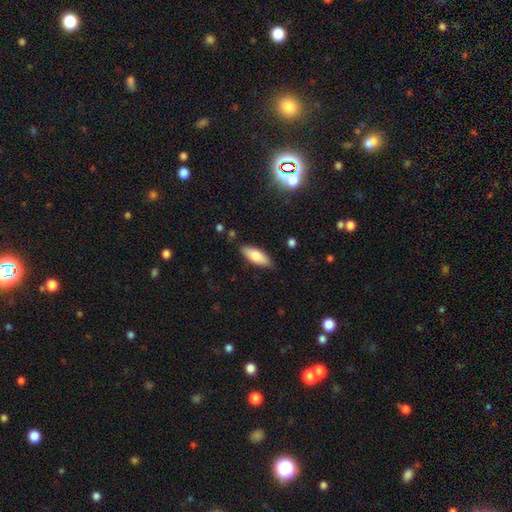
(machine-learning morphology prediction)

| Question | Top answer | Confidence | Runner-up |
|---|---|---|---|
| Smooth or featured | smooth | 77% | featured or disk (17%) |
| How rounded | in between | 73% | cigar-shaped (25%) |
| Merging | none | 85% | minor disturbance (11%) |